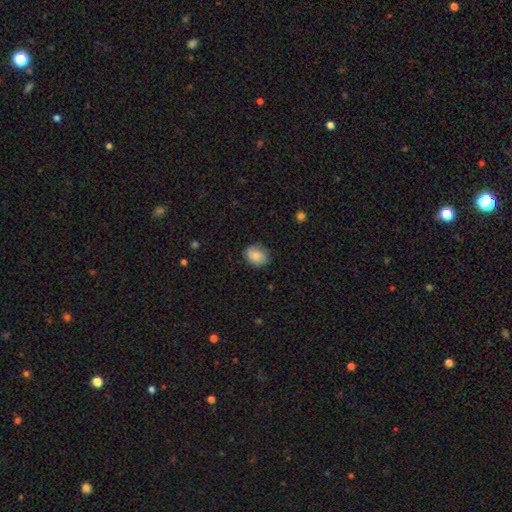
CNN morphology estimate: Smooth or featured? Predicted: smooth (p=0.80). How rounded? Predicted: round (p=0.53). Merging? Predicted: none (p=0.78).